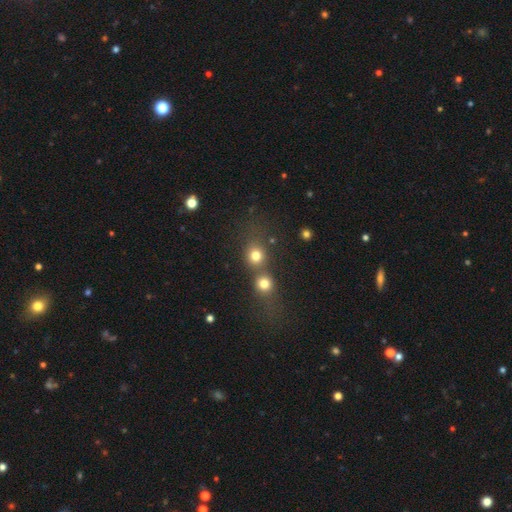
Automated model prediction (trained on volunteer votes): Smooth or featured? Predicted: smooth (p=0.77). How rounded? Predicted: round (p=0.85). Merging? Predicted: none (p=0.45).